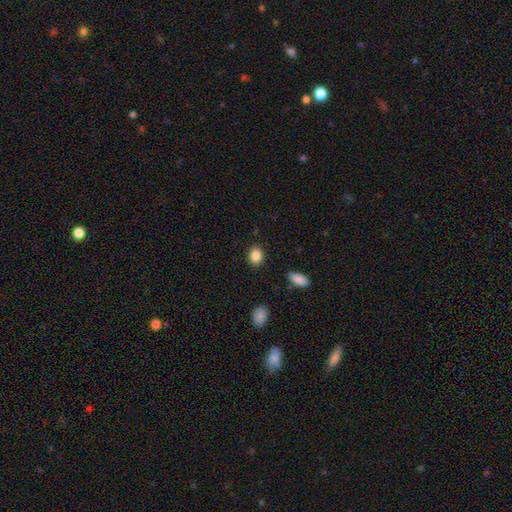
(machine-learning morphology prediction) Smooth or featured? smooth (86%)
How rounded? in between (54%)
Merging? none (88%)